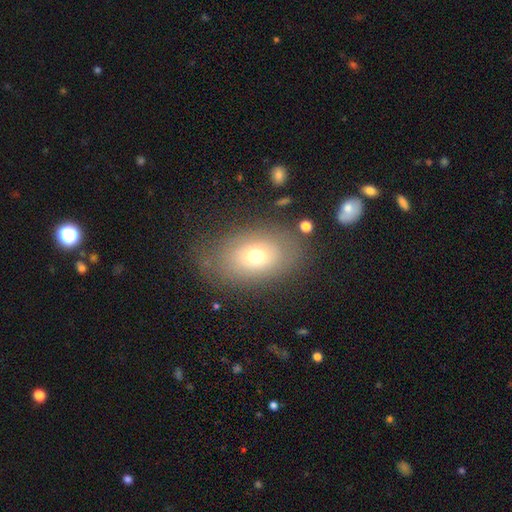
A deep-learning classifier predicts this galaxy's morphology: smooth-or-featured: smooth: 62% | featured or disk: 26% | star or artifact: 12%
  how-rounded: in between: 78% | round: 21% | cigar-shaped: 1%
  merging: none: 71% | minor disturbance: 17% | major disturbance: 9% | merger: 3%